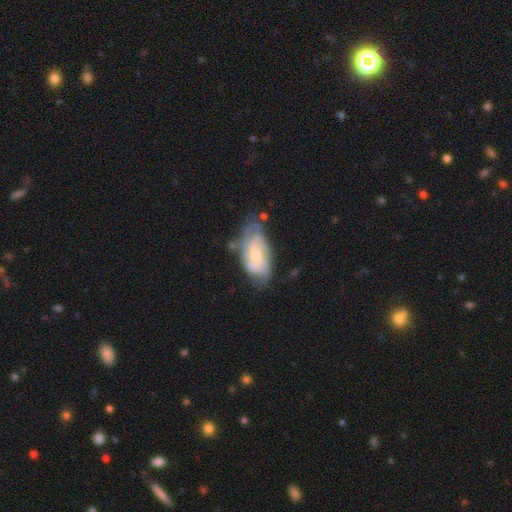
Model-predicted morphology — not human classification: Overall: featured or disk (69%). Edge-on disk: no (94%). Bar: no (53%; weak 39%). Spiral arms: yes (84%). Spiral arm count: can't tell (40%; 2 32%). Spiral winding: tight (46%; medium 39%). Bulge size: moderate (53%; small 33%). Merging: none (50%; minor disturbance 30%).